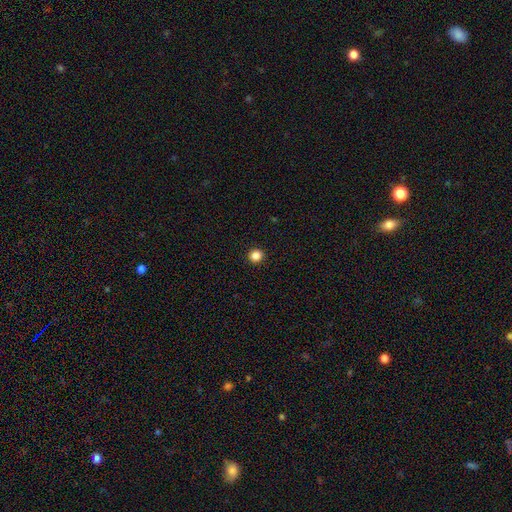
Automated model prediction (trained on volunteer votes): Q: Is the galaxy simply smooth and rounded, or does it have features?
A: smooth — 85%.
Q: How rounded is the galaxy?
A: round — 93%.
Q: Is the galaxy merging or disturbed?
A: none — 93%.